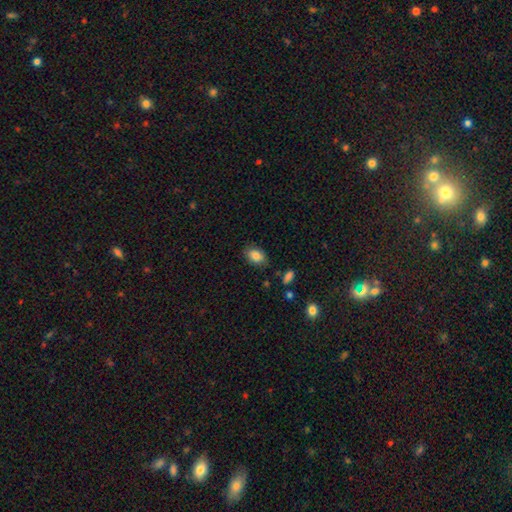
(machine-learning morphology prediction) This is clearly a smooth galaxy (83%). How rounded: clearly in between (83%). Merging: clearly none (82%).